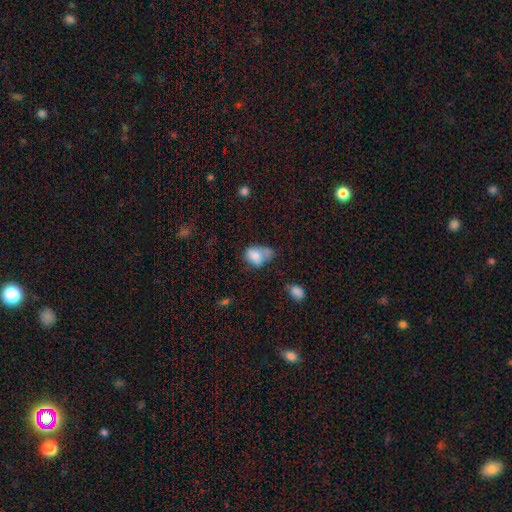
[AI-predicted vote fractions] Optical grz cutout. It shows a smooth galaxy with no disk features (74%) that is in between round and cigar-shaped (71%). Merging: minor disturbance (34%).